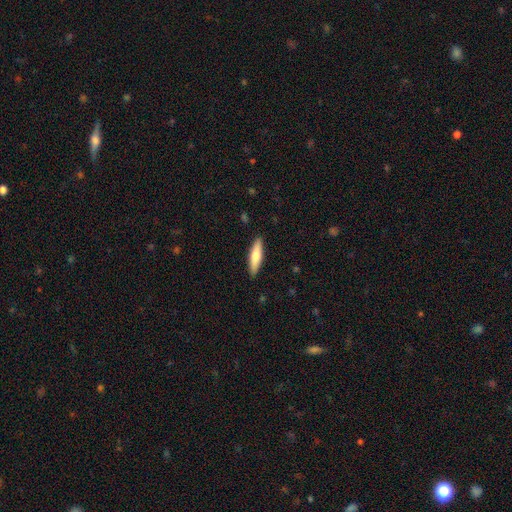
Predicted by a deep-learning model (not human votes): This is likely a smooth galaxy (65%). How rounded: likely cigar-shaped (69%). Merging: clearly none (90%).